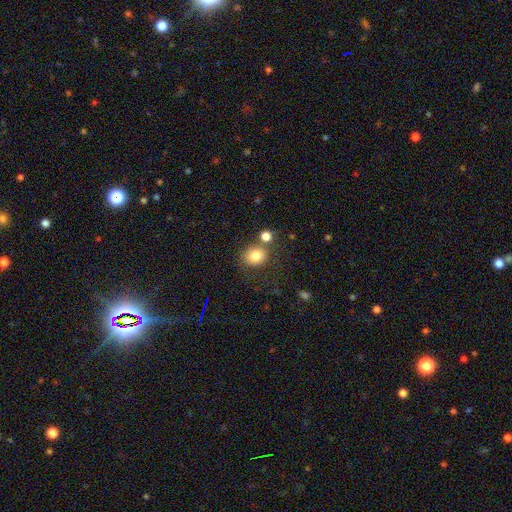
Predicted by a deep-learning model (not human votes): This is clearly a smooth galaxy (81%). How rounded: likely round (67%). Merging: likely none (67%).